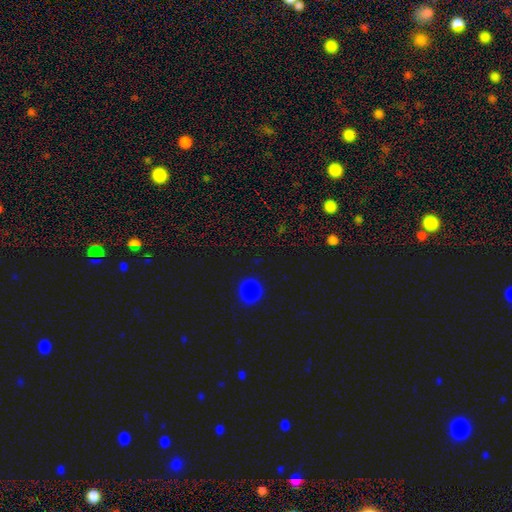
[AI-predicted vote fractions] Smooth or featured: smooth — 79% (star or artifact — 18%)
How rounded: round — 64% (in between — 34%)
Merging: none — 88% (minor disturbance — 7%)